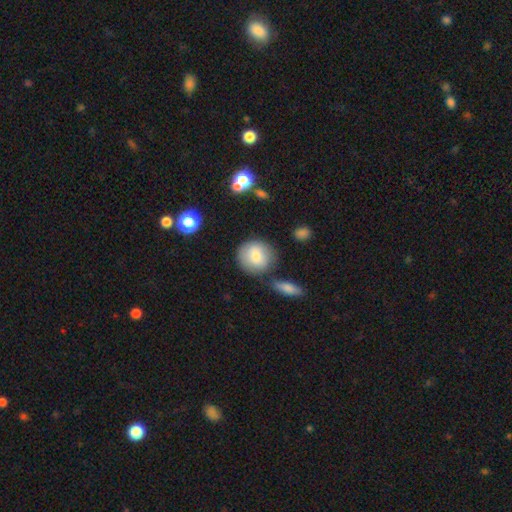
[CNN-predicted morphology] Smooth or featured? Predicted: smooth (p=0.80). How rounded? Predicted: round (p=0.87). Merging? Predicted: none (p=0.71).